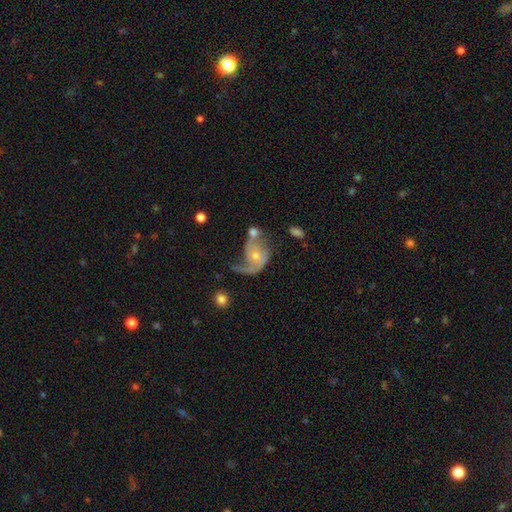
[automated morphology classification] This is likely a featured or disk galaxy (79%). It is clearly not viewed edge-on (97%). Bar: likely no (69%). Spiral arm pattern: clearly yes (90%). Spiral arm count: likely 2 (62%). Spiral winding: possibly loose (55%). Central bulge: possibly small (52%). Merging: marginally major disturbance (31%).